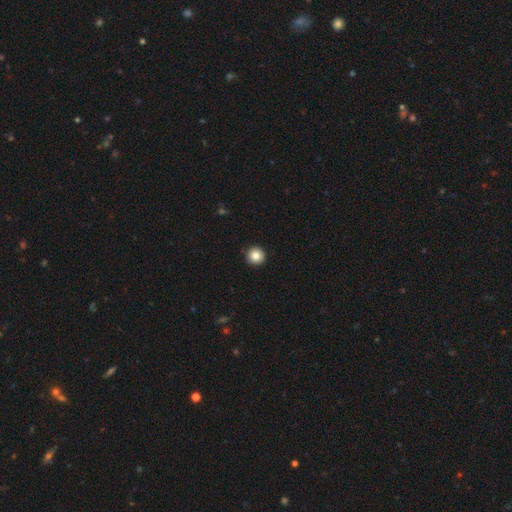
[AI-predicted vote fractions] Q: Smooth or featured?
A: smooth (85%); runner-up: star or artifact (10%)
Q: How rounded?
A: round (95%); runner-up: in between (4%)
Q: Merging?
A: none (93%); runner-up: minor disturbance (5%)